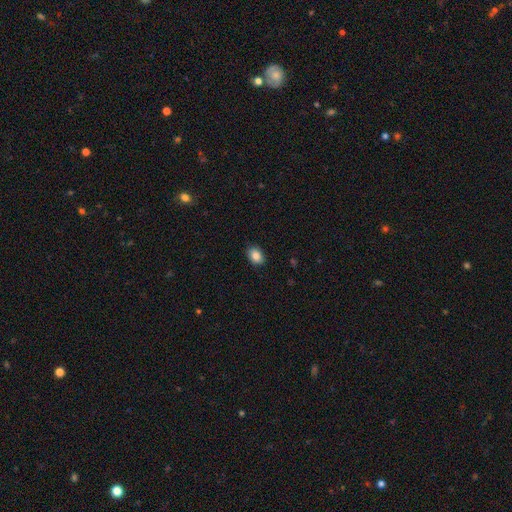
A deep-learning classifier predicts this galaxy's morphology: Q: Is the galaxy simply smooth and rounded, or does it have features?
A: smooth — 86%.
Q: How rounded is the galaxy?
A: in between — 74%.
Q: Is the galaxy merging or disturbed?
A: none — 88%.